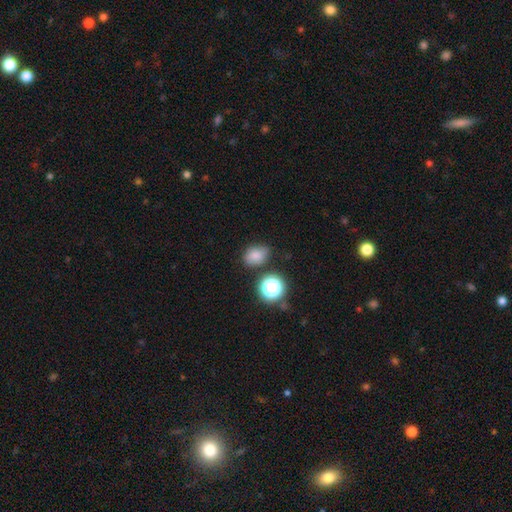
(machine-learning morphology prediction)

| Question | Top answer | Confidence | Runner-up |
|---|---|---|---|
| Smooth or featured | smooth | 76% | star or artifact (16%) |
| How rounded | in between | 62% | round (37%) |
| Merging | none | 72% | minor disturbance (18%) |